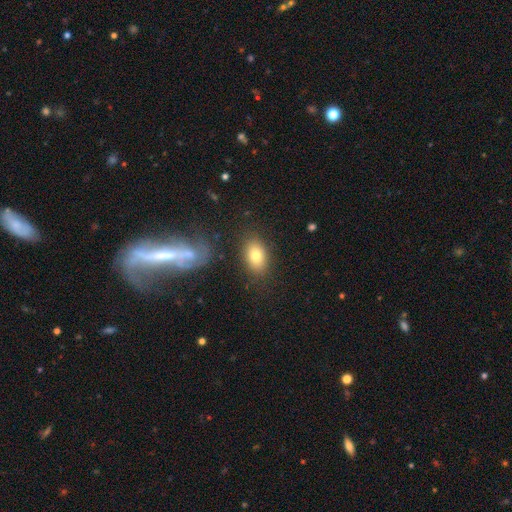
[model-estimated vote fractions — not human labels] smooth 80%, featured or disk 12%, star or artifact 8%. Down the decision tree: how rounded — in between (85%); merging — none (82%).